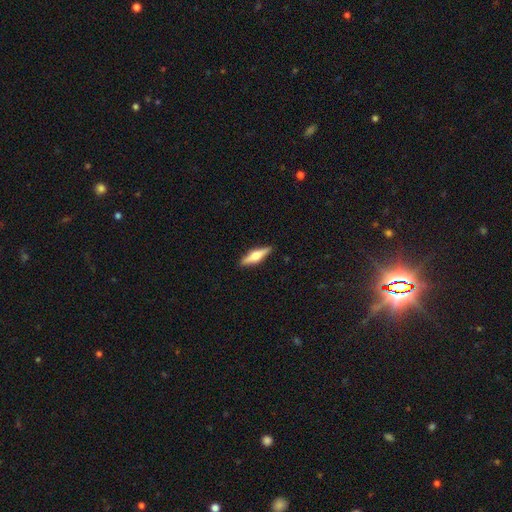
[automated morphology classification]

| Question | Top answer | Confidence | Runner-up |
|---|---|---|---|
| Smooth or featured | featured or disk | 60% | smooth (35%) |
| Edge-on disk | yes | 96% | no (4%) |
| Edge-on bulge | rounded | 91% | boxy (6%) |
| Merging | none | 90% | minor disturbance (8%) |